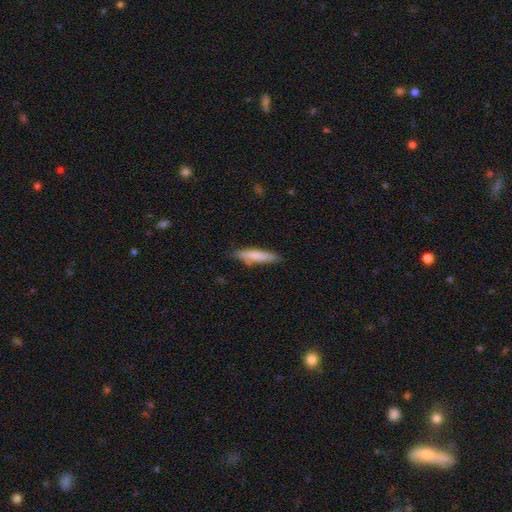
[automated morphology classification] A smooth galaxy with no disk features (80%) that is cigar-shaped (84%).

Vote fractions:
- Smooth or featured? smooth: 80% / featured or disk: 15% / star or artifact: 6%
- How rounded? cigar-shaped: 84% / in between: 15% / round: 1%
- Merging? none: 79% / minor disturbance: 16% / major disturbance: 3% / merger: 2%